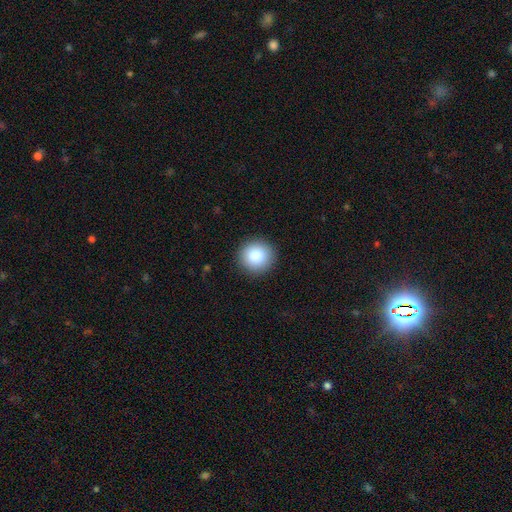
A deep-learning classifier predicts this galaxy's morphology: The model was most divided on "smooth or featured": smooth: 85%, star or artifact: 9%, featured or disk: 6%. More confident: how rounded — round (93%); merging — none (91%).